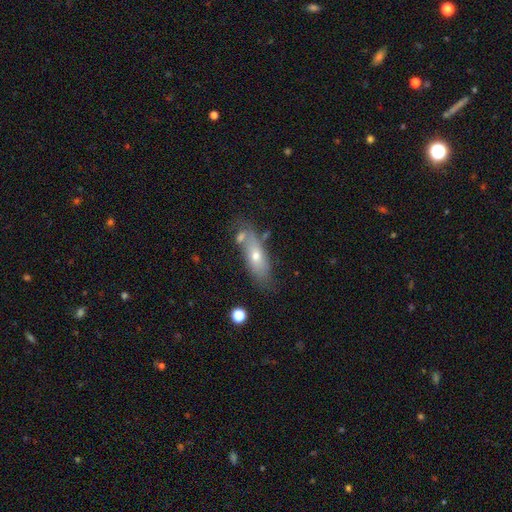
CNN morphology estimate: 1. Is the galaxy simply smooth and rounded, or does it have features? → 53% smooth, 38% featured or disk, 9% star or artifact.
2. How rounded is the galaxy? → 57% in between, 39% cigar-shaped, 4% round.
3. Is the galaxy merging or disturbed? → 59% none, 19% minor disturbance, 15% merger, 6% major disturbance.